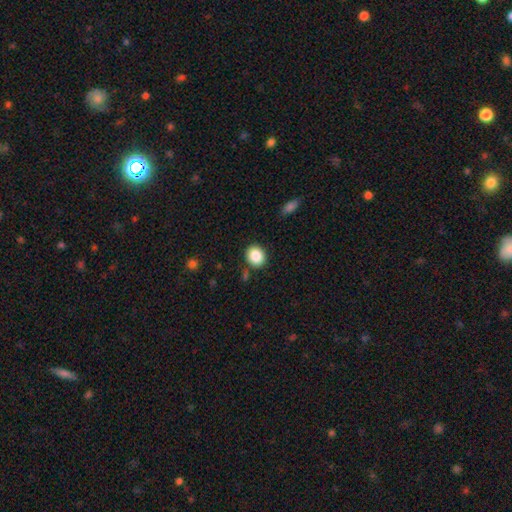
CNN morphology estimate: type=smooth (87%); roundness=round (70%); merging=none (86%).